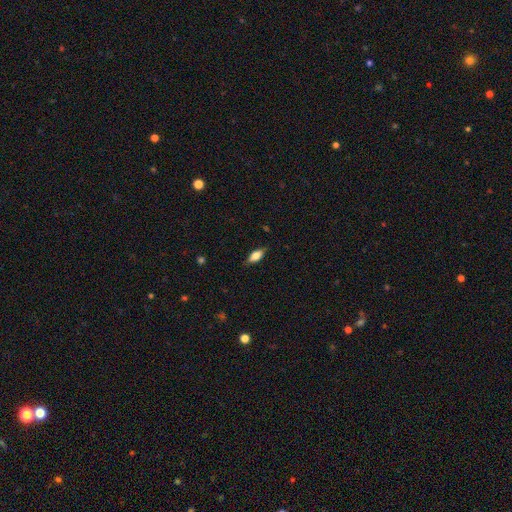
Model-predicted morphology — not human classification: The model was most divided on "smooth or featured": smooth: 69%, featured or disk: 24%, star or artifact: 7%. More confident: merging — none (82%); how rounded — in between (77%).